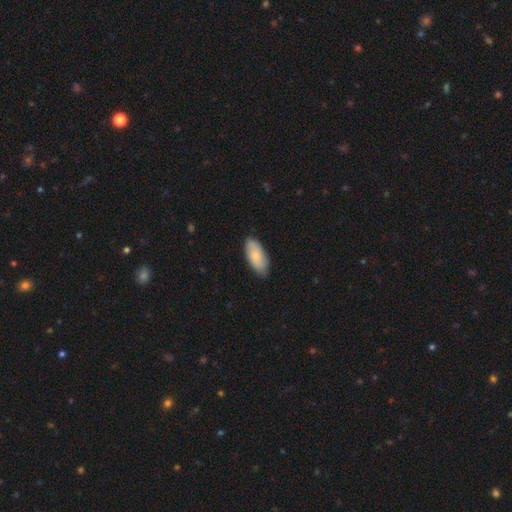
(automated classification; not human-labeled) Overall: smooth (79%). How rounded: in between (89%). Merging: none (83%).